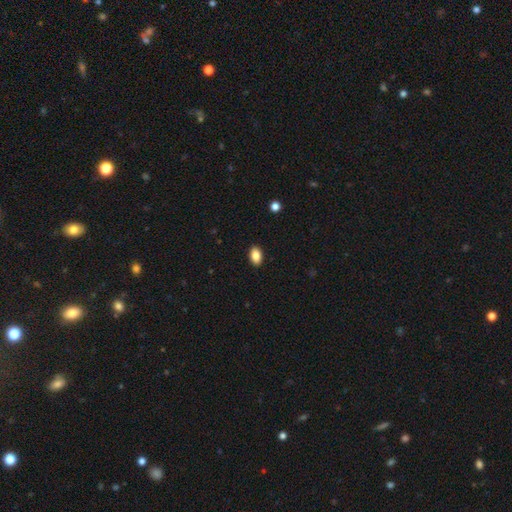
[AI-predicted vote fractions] Smooth or featured?
  - smooth: 87% *
  - star or artifact: 8%
  - featured or disk: 5%
How rounded?
  - in between: 90% *
  - round: 9%
  - cigar-shaped: 2%
Merging?
  - none: 90% *
  - minor disturbance: 7%
  - major disturbance: 2%
  - merger: 1%